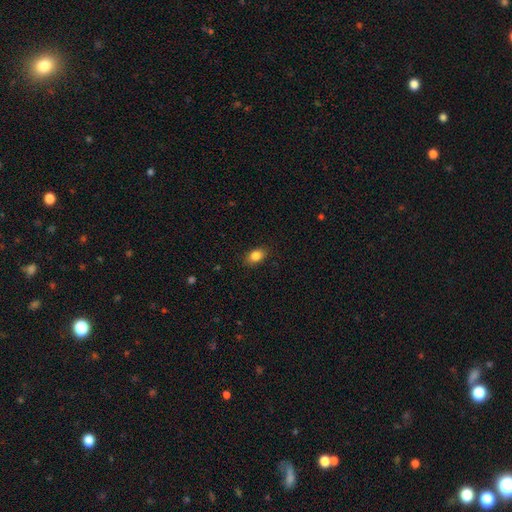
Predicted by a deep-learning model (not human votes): A smooth galaxy with no disk features (85%) that is in between round and cigar-shaped (79%).

Vote fractions:
- Smooth or featured? smooth: 85% / star or artifact: 9% / featured or disk: 6%
- How rounded? in between: 79% / round: 19% / cigar-shaped: 2%
- Merging? none: 86% / minor disturbance: 10% / major disturbance: 2% / merger: 1%